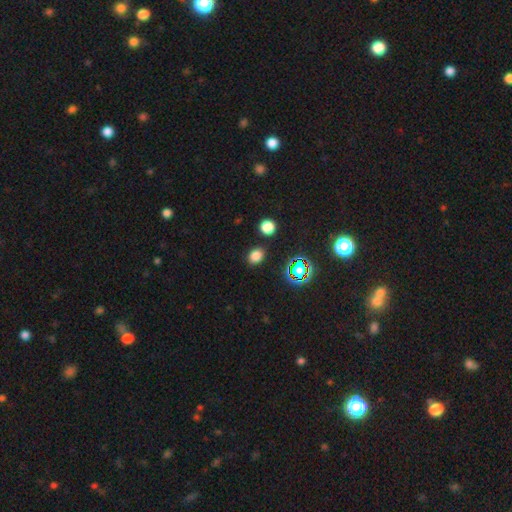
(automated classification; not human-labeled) This is likely a smooth galaxy (76%). How rounded: possibly in between (58%). Merging: clearly none (84%).